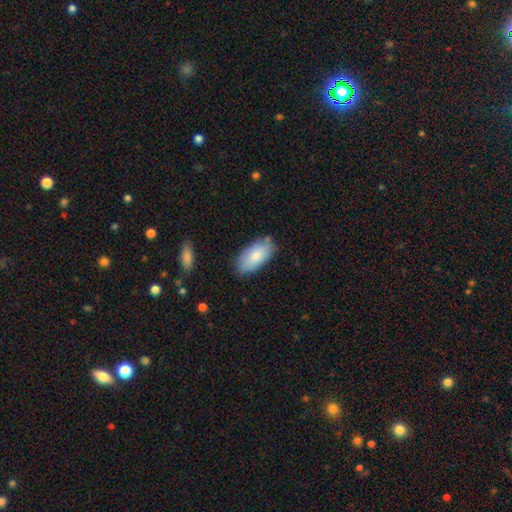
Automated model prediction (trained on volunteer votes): Smooth or featured? Predicted: smooth (p=0.81). How rounded? Predicted: in between (p=0.94). Merging? Predicted: none (p=0.75).